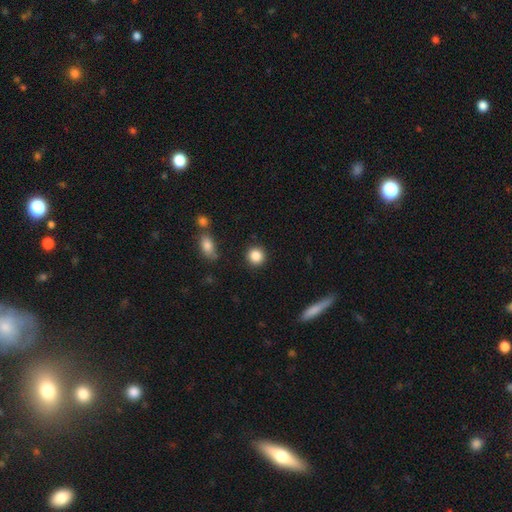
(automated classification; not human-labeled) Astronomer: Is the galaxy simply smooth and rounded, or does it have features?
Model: smooth — 86%.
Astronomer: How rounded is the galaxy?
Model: round — 91%.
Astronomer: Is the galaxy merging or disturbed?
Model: none — 89%.